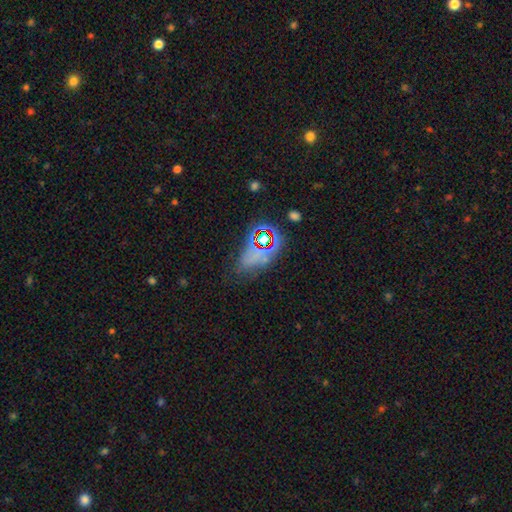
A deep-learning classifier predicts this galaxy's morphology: The model was most divided on "smooth or featured": star or artifact: 45%, smooth: 39%, featured or disk: 17%.